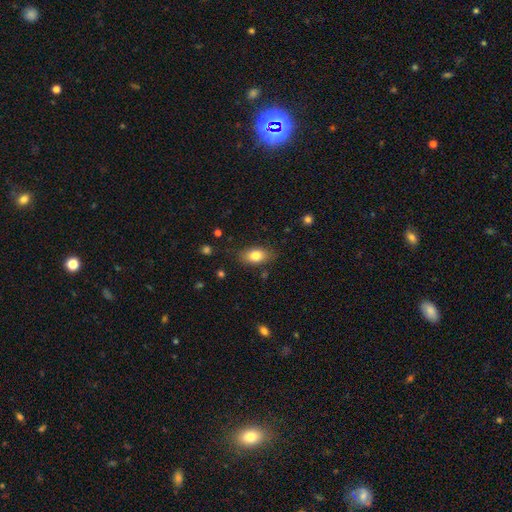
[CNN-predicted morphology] Overall: smooth (82%). How rounded: in between (88%). Merging: none (82%).